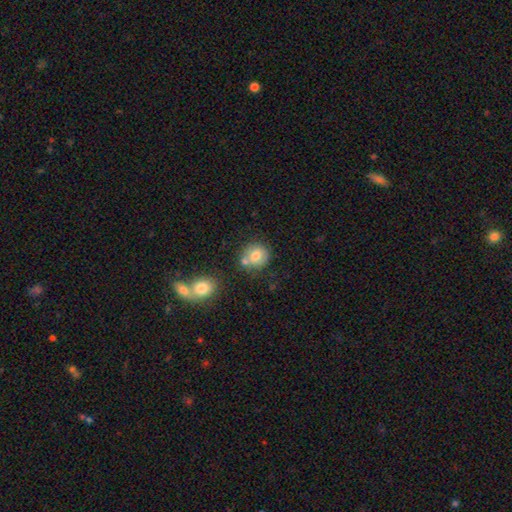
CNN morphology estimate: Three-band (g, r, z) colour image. It shows a smooth galaxy with no disk features (76%) that is round (84%). Merging: none (61%).